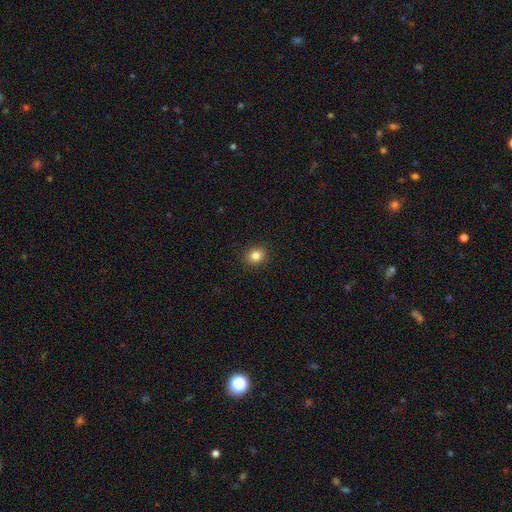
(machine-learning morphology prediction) Smooth or featured: smooth — 84% (star or artifact — 11%)
How rounded: round — 75% (in between — 24%)
Merging: none — 91% (minor disturbance — 6%)